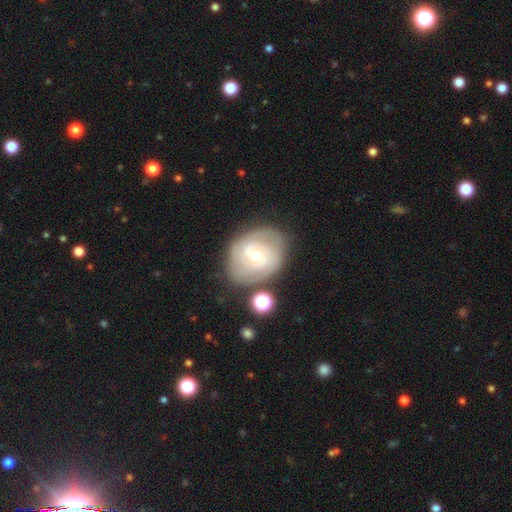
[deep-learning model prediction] Smooth or featured? Predicted: featured or disk (p=0.71). Edge-on disk? Predicted: no (p=0.96). Bar? Predicted: weak (p=0.50). Spiral arms? Predicted: yes (p=0.84). Spiral winding? Predicted: tight (p=0.60). Spiral arm count? Predicted: 2 (p=0.40). Bulge size? Predicted: moderate (p=0.59). Merging? Predicted: none (p=0.71).